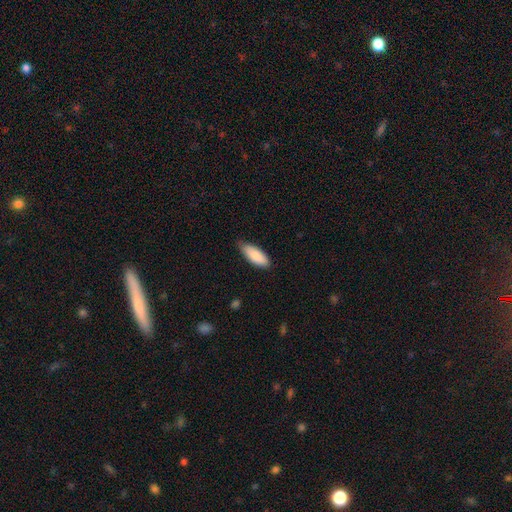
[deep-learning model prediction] Q: Smooth or featured?
A: smooth (86%); runner-up: featured or disk (9%)
Q: How rounded?
A: in between (75%); runner-up: cigar-shaped (23%)
Q: Merging?
A: none (76%); runner-up: minor disturbance (20%)